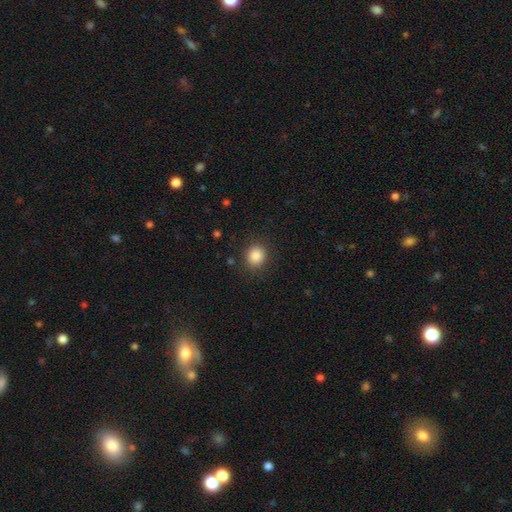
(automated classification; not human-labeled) Smooth or featured? Predicted: smooth (p=0.86). How rounded? Predicted: round (p=0.80). Merging? Predicted: none (p=0.88).